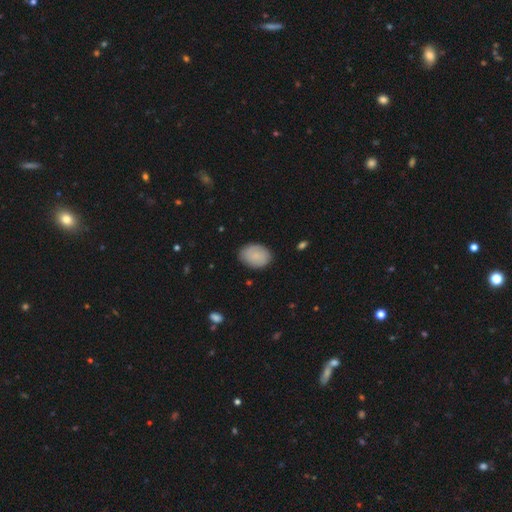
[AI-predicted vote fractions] Smooth or featured?
  - smooth: 83% *
  - featured or disk: 11%
  - star or artifact: 7%
How rounded?
  - in between: 75% *
  - round: 24%
  - cigar-shaped: 1%
Merging?
  - none: 84% *
  - minor disturbance: 12%
  - major disturbance: 3%
  - merger: 1%